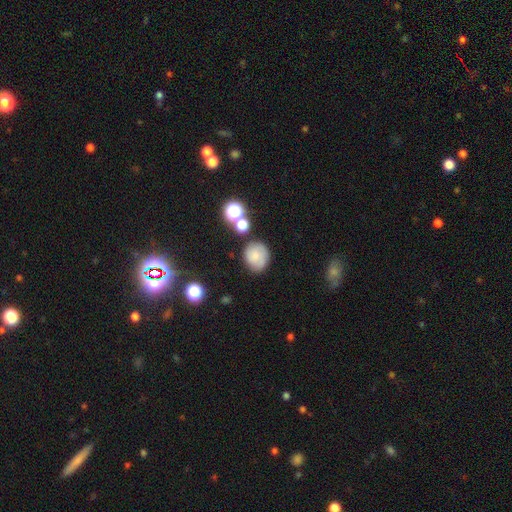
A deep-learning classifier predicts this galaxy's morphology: A smooth galaxy with no disk features (72%) that is round (76%).

Vote fractions:
- Smooth or featured? smooth: 72% / featured or disk: 16% / star or artifact: 12%
- How rounded? round: 76% / in between: 23% / cigar-shaped: 1%
- Merging? none: 71% / minor disturbance: 17% / merger: 8% / major disturbance: 5%